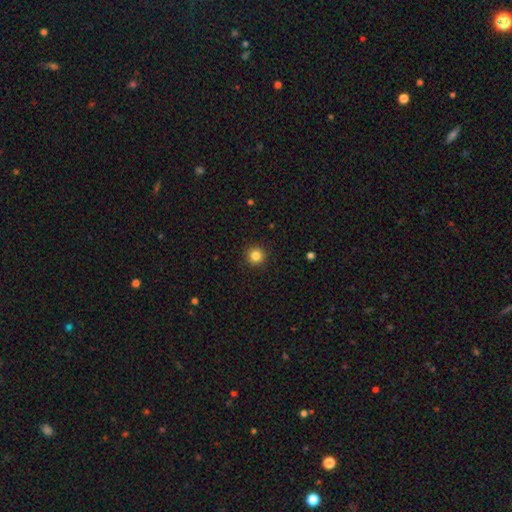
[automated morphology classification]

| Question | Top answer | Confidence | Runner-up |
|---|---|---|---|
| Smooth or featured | smooth | 84% | star or artifact (11%) |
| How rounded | round | 95% | in between (4%) |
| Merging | none | 92% | minor disturbance (5%) |